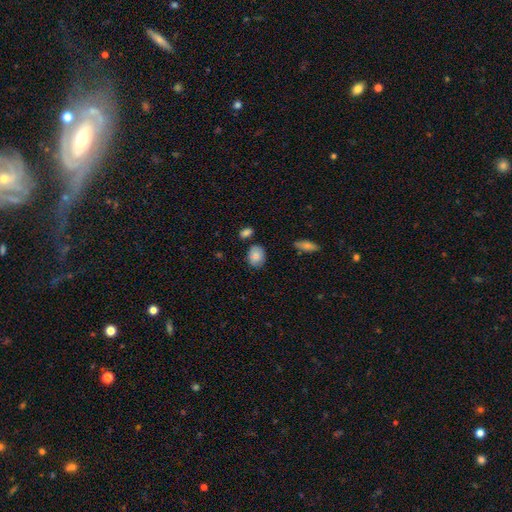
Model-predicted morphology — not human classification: Smooth or featured? Predicted: smooth (p=0.80). How rounded? Predicted: in between (p=0.64). Merging? Predicted: none (p=0.74).